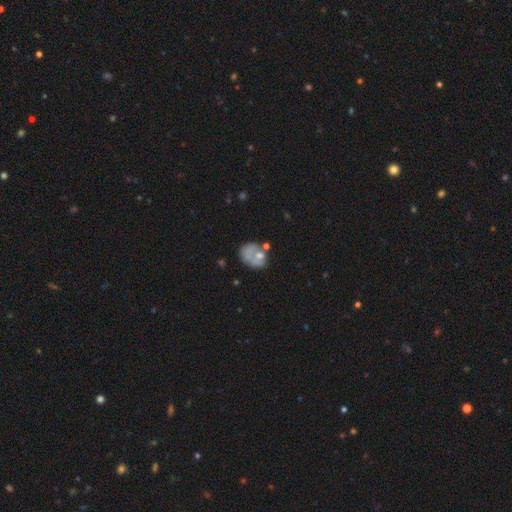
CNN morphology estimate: Q: Smooth or featured?
A: smooth (54%); runner-up: featured or disk (36%)
Q: How rounded?
A: round (50%); runner-up: in between (49%)
Q: Merging?
A: none (39%); runner-up: major disturbance (23%)